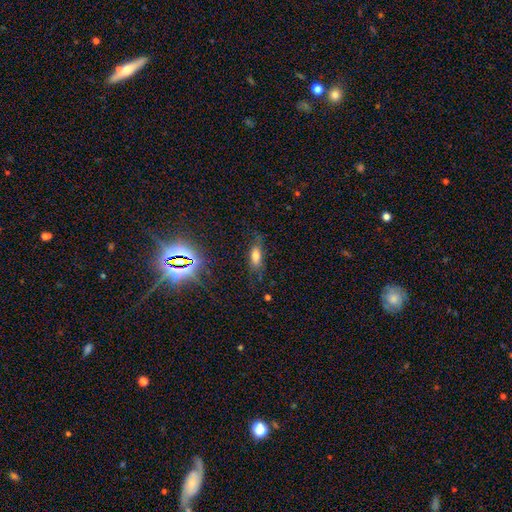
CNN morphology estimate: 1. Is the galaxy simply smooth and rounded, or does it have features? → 63% smooth, 20% featured or disk, 17% star or artifact.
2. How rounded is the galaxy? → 66% in between, 30% cigar-shaped, 4% round.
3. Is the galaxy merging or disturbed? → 67% none, 22% minor disturbance, 10% major disturbance, 2% merger.